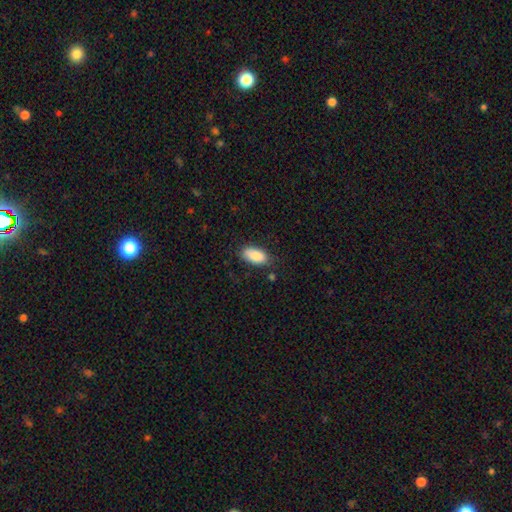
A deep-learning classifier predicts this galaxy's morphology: Smooth or featured: smooth — 87% (star or artifact — 7%)
How rounded: in between — 92% (cigar-shaped — 6%)
Merging: none — 78% (minor disturbance — 16%)